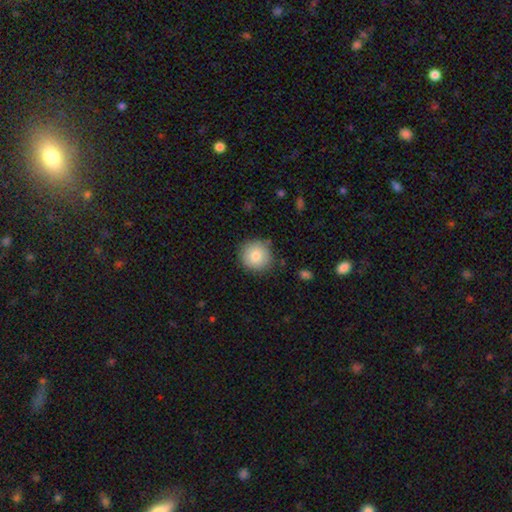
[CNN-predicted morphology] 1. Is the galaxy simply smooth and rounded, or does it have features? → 82% smooth, 10% featured or disk, 8% star or artifact.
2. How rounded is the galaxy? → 94% round, 5% in between, 1% cigar-shaped.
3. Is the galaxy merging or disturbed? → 84% none, 11% minor disturbance, 3% major disturbance, 2% merger.